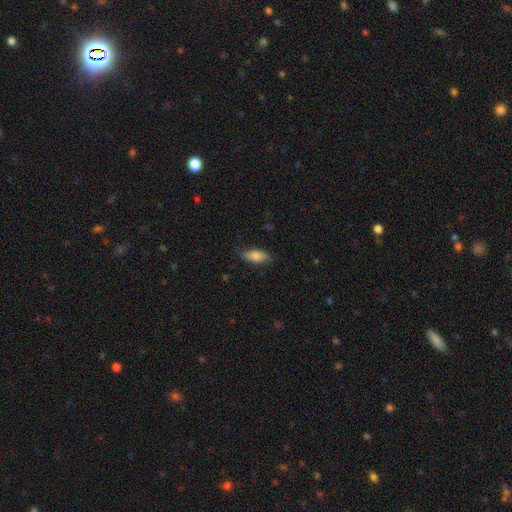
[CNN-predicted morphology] Smooth or featured?
  - smooth: 79% *
  - featured or disk: 14%
  - star or artifact: 7%
How rounded?
  - in between: 82% *
  - cigar-shaped: 15%
  - round: 3%
Merging?
  - none: 77% *
  - minor disturbance: 19%
  - major disturbance: 4%
  - merger: 1%